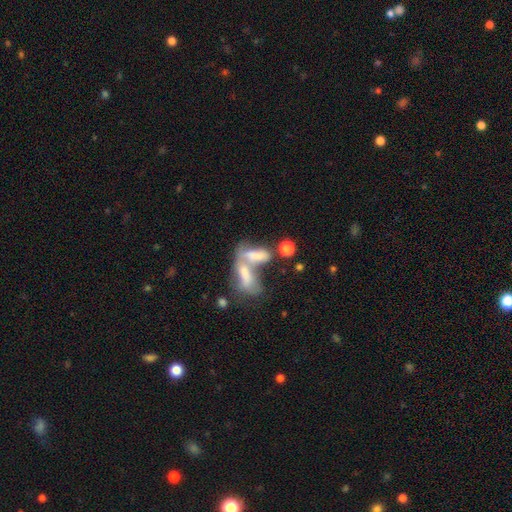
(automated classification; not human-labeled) smooth_or_featured: smooth (p=0.60) [alt: featured or disk p=0.30]
how_rounded: in between (p=0.73) [alt: cigar-shaped p=0.22]
merging: merger (p=0.74) [alt: none p=0.11]